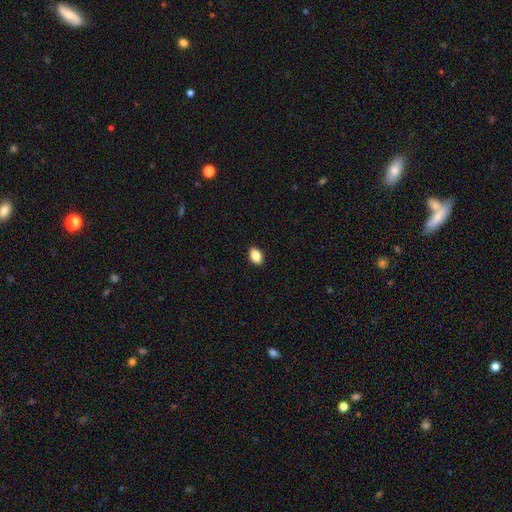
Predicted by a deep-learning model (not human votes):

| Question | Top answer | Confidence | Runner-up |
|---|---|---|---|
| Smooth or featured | smooth | 86% | star or artifact (8%) |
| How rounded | in between | 85% | round (13%) |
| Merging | none | 90% | minor disturbance (7%) |